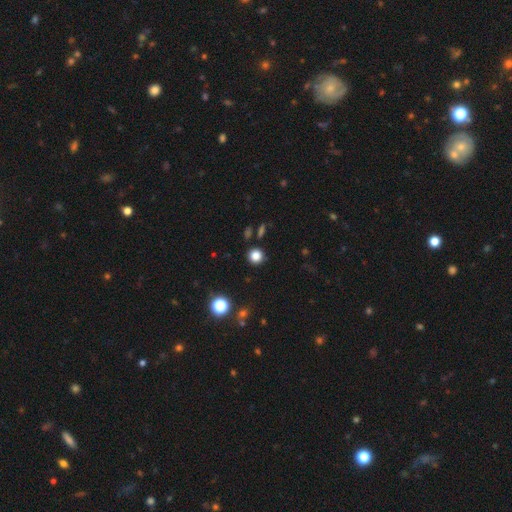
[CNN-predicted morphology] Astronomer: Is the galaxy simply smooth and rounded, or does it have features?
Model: smooth — 83%.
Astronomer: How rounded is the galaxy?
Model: round — 93%.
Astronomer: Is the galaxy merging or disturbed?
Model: none — 90%.